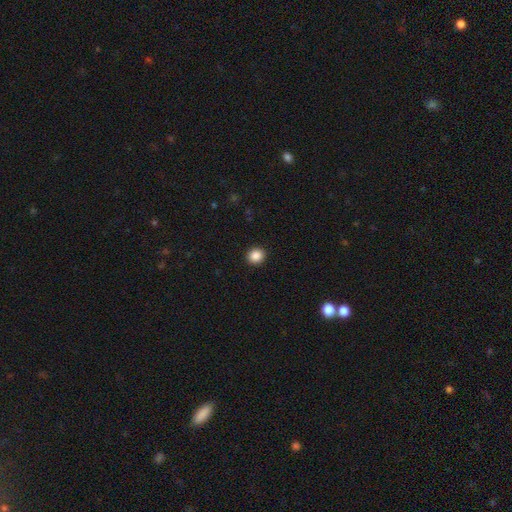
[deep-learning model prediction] Smooth or featured?
  - smooth: 88% *
  - star or artifact: 10%
  - featured or disk: 3%
How rounded?
  - round: 84% *
  - in between: 15%
  - cigar-shaped: 1%
Merging?
  - none: 92% *
  - minor disturbance: 5%
  - major disturbance: 2%
  - merger: 1%